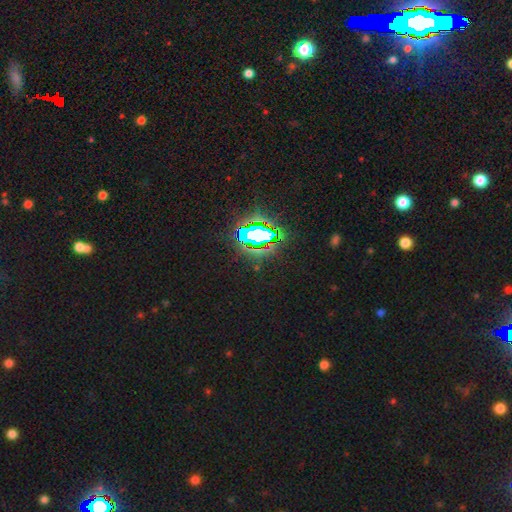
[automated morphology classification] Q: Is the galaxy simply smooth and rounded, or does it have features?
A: star or artifact — 82%.